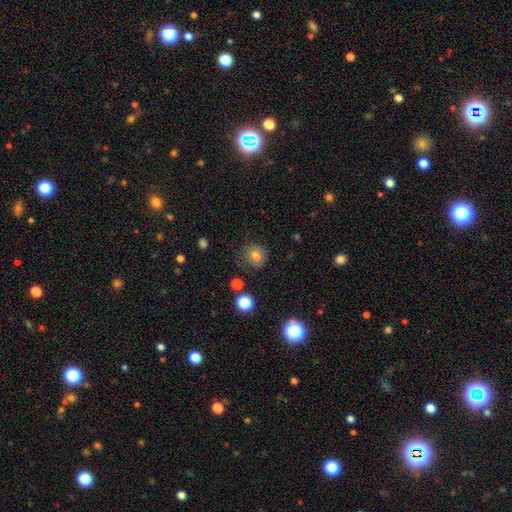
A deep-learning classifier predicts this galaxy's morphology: Smooth or featured? smooth (73%)
How rounded? round (67%)
Merging? none (68%)